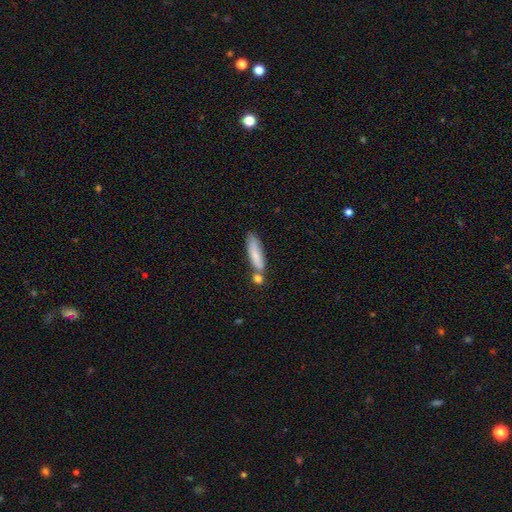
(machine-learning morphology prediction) Smooth or featured? Predicted: smooth (p=0.78). How rounded? Predicted: cigar-shaped (p=0.63). Merging? Predicted: none (p=0.59).